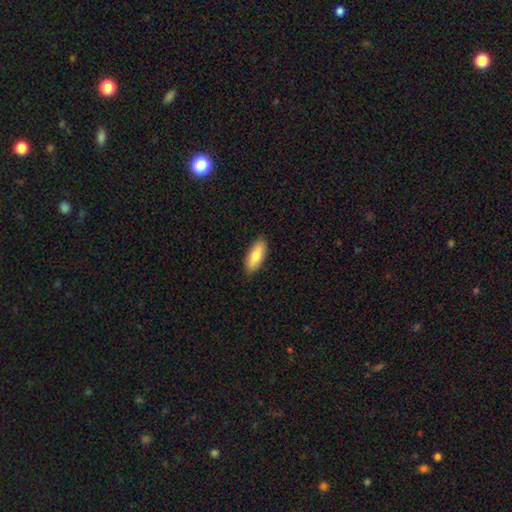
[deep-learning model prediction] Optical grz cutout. It shows a smooth galaxy with no disk features (81%) that is in between round and cigar-shaped (78%). Merging: none (87%).